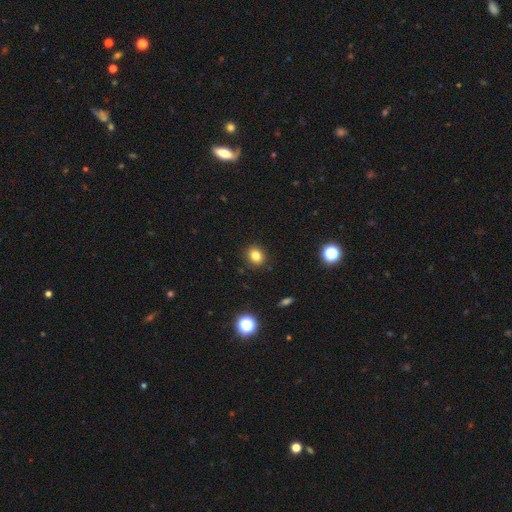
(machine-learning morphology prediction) smooth-or-featured: smooth: 81% | star or artifact: 13% | featured or disk: 6%
  how-rounded: round: 71% | in between: 29% | cigar-shaped: 1%
  merging: none: 90% | minor disturbance: 7% | major disturbance: 2% | merger: 1%